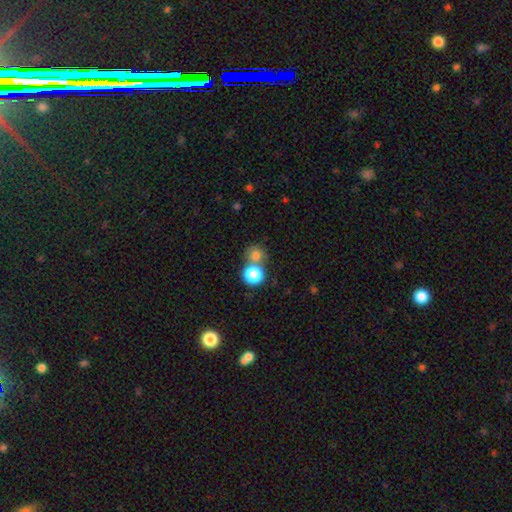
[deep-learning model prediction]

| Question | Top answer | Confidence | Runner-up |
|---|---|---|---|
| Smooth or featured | smooth | 78% | star or artifact (14%) |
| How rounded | round | 86% | in between (13%) |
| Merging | none | 51% | merger (38%) |